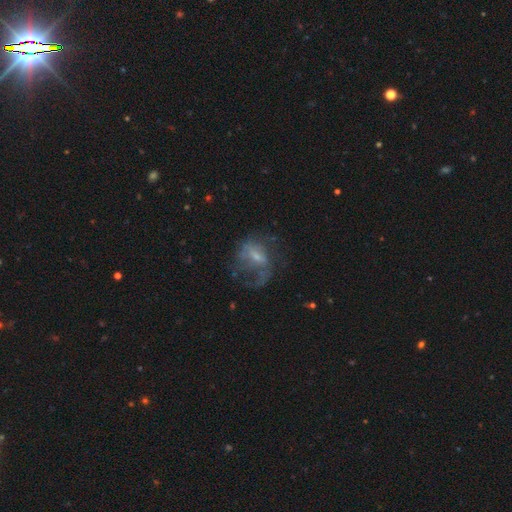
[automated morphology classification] type=featured or disk (62%); edge-on=no (97%); bar=weak (46%); spiral arms=yes (59%); bulge=small (52%); merging=major disturbance (45%).